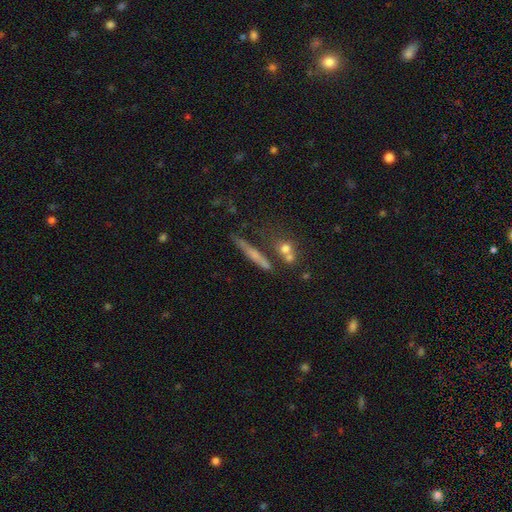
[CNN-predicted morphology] A featured or disk galaxy (46%). Merging: none (70%).